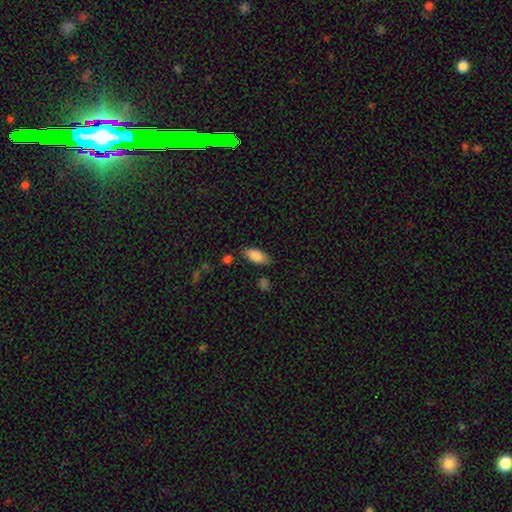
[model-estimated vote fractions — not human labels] This appears to be a smooth galaxy with no disk features (87%) that is in between round and cigar-shaped (89%). Merging: none (77%).